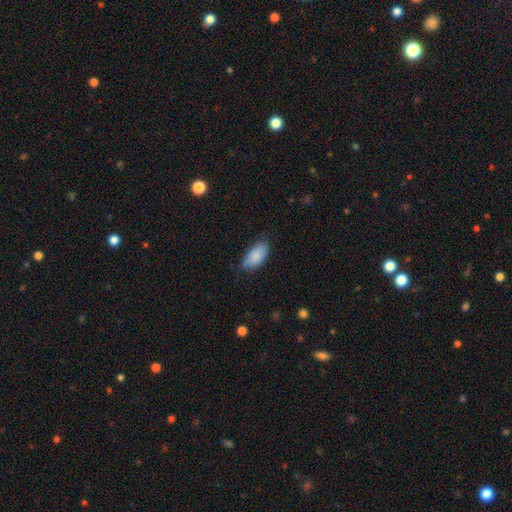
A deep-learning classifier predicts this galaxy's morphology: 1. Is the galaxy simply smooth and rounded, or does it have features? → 87% smooth, 6% star or artifact, 6% featured or disk.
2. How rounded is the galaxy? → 92% in between, 5% cigar-shaped, 2% round.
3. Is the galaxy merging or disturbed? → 67% none, 27% minor disturbance, 5% major disturbance, 1% merger.